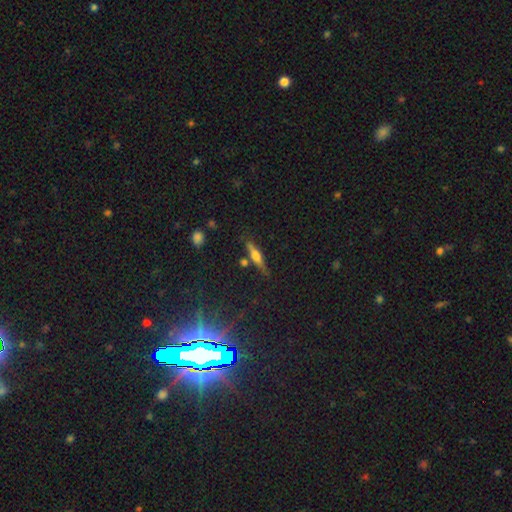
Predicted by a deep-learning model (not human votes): This appears to be a featured or disk galaxy (50%) viewed edge-on (94%). Merging: none (75%).